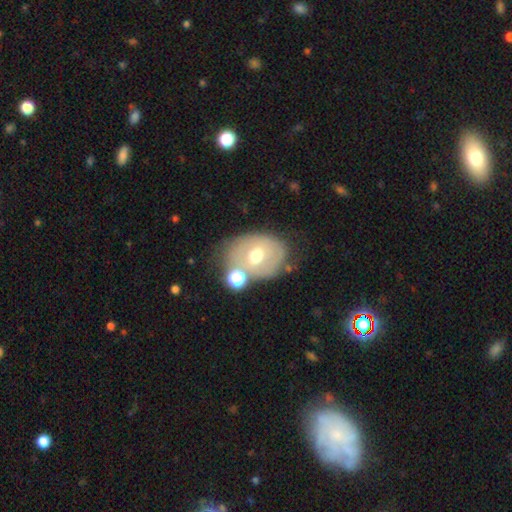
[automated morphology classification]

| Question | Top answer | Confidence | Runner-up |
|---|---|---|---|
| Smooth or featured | featured or disk | 48% | smooth (43%) |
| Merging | none | 58% | minor disturbance (20%) |